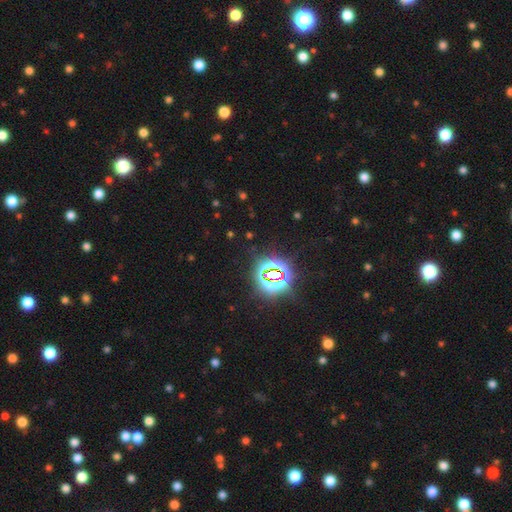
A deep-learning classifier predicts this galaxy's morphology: Q: Smooth or featured?
A: star or artifact (82%); runner-up: smooth (12%)